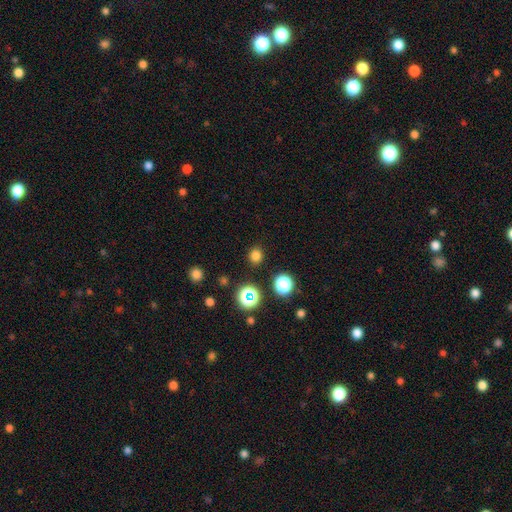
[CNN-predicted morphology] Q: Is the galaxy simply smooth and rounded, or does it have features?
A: smooth — 76%.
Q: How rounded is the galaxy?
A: round — 83%.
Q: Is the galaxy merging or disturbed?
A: none — 89%.